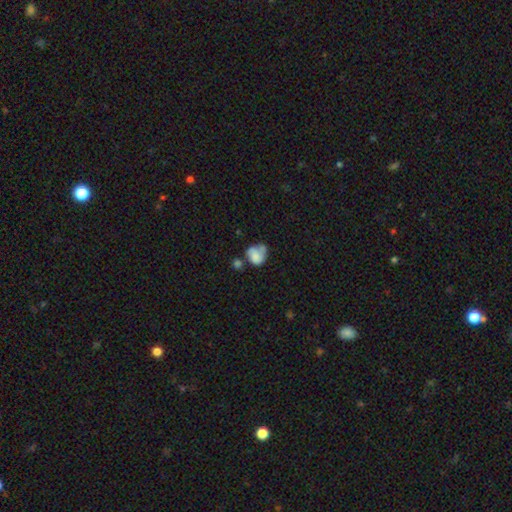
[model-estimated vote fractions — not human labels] A smooth galaxy with no disk features (65%) that is round (56%). Merging: none (29%).